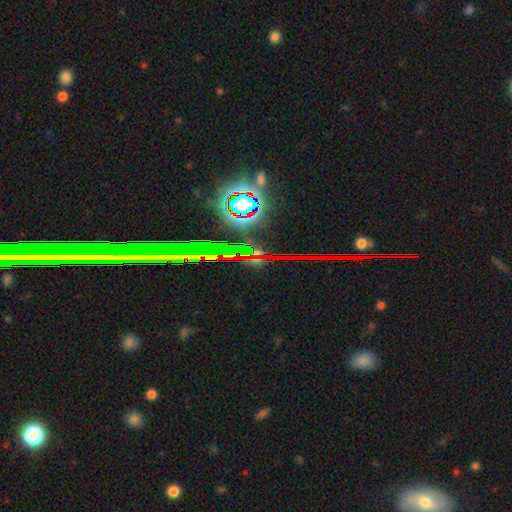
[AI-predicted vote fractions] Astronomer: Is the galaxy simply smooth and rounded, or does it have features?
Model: star or artifact — 79%.